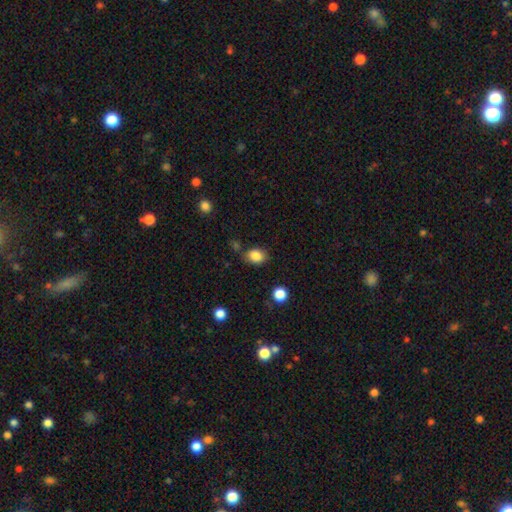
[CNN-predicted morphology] This appears to be a smooth galaxy with no disk features (85%) that is in between round and cigar-shaped (61%). Merging: none (74%).